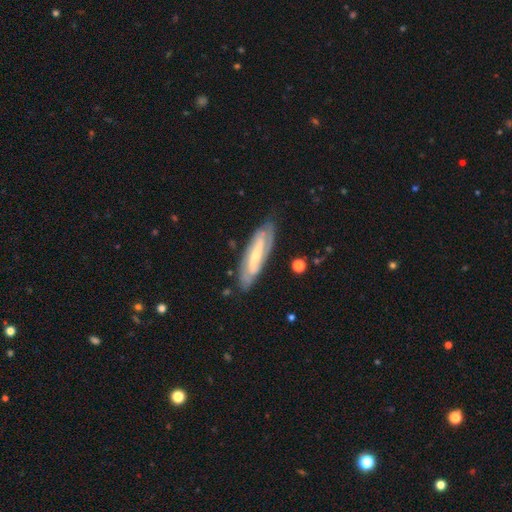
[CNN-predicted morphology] Smooth or featured?
  - featured or disk: 77% *
  - smooth: 18%
  - star or artifact: 5%
Edge-on disk?
  - no: 79% *
  - yes: 21%
Bar?
  - strong: 42% *
  - weak: 34%
  - no: 24%
Spiral arms?
  - yes: 89% *
  - no: 11%
Spiral winding?
  - tight: 46% *
  - medium: 37%
  - loose: 17%
Spiral arm count?
  - 2: 68% *
  - can't tell: 22%
  - 3: 4%
  - 1: 2%
  - 4: 2%
  - more than 4: 2%
Bulge size?
  - small: 67% *
  - moderate: 27%
  - none: 3%
  - large: 2%
  - dominant: 1%
Merging?
  - none: 80% *
  - minor disturbance: 14%
  - major disturbance: 4%
  - merger: 2%